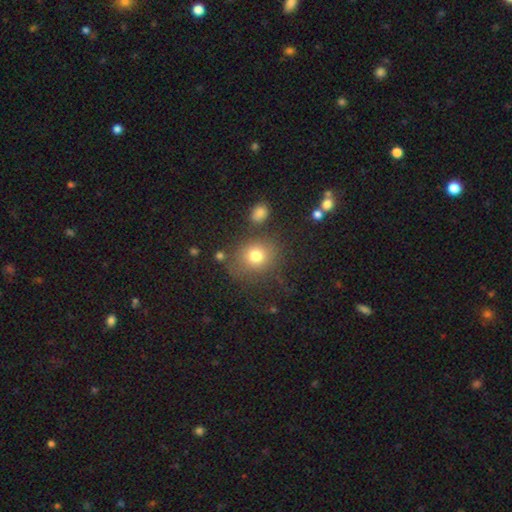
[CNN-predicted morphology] This is likely a smooth galaxy (76%). How rounded: likely round (78%). Merging: likely none (72%).